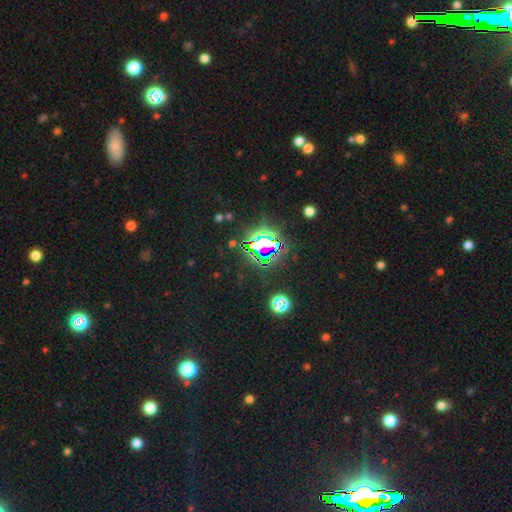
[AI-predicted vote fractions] Smooth or featured? star or artifact (80%)